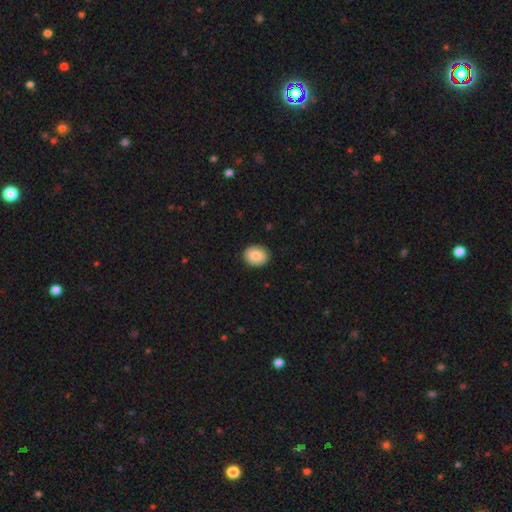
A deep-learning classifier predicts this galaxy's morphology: Smooth or featured: smooth — 84% (featured or disk — 9%)
How rounded: round — 55% (in between — 44%)
Merging: none — 90% (minor disturbance — 7%)